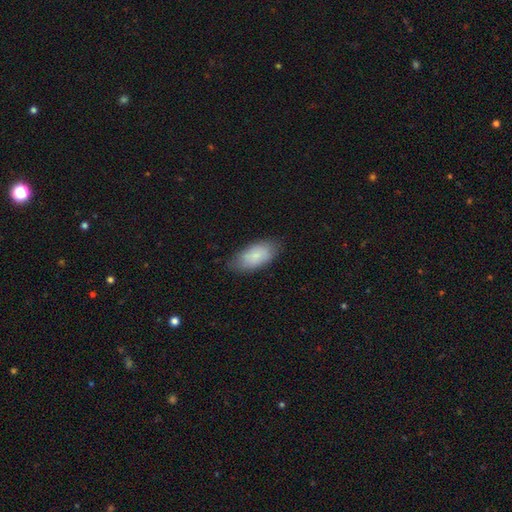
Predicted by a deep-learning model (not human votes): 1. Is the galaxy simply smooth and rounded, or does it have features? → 82% smooth, 11% featured or disk, 6% star or artifact.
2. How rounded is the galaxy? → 92% in between, 6% cigar-shaped, 3% round.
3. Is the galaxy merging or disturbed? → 78% none, 17% minor disturbance, 4% major disturbance, 1% merger.